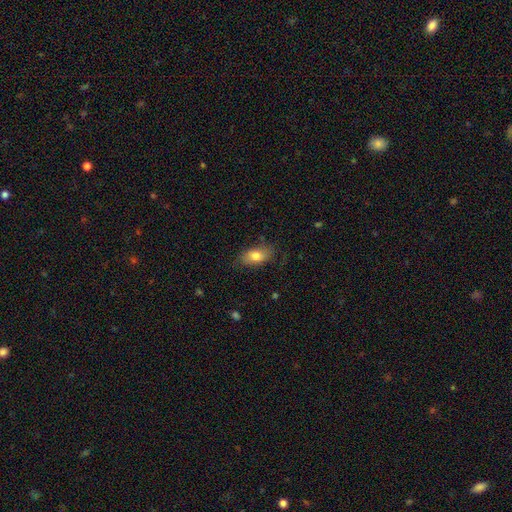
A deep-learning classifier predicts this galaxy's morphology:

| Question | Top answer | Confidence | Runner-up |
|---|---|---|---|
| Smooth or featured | smooth | 77% | featured or disk (15%) |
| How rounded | in between | 88% | cigar-shaped (6%) |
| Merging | none | 76% | minor disturbance (18%) |